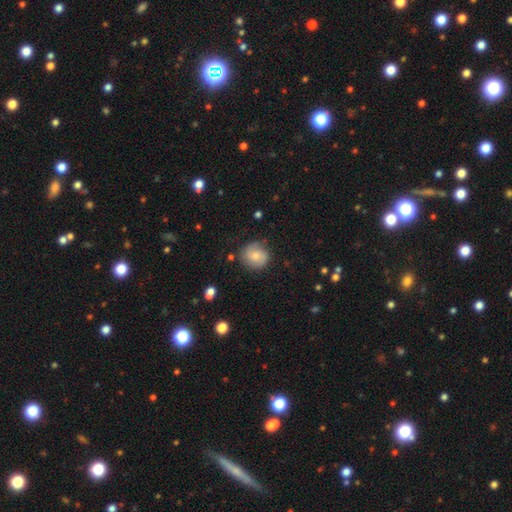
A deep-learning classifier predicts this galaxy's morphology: Smooth or featured: smooth — 52% (featured or disk — 40%)
How rounded: round — 87% (in between — 12%)
Merging: none — 78% (minor disturbance — 16%)